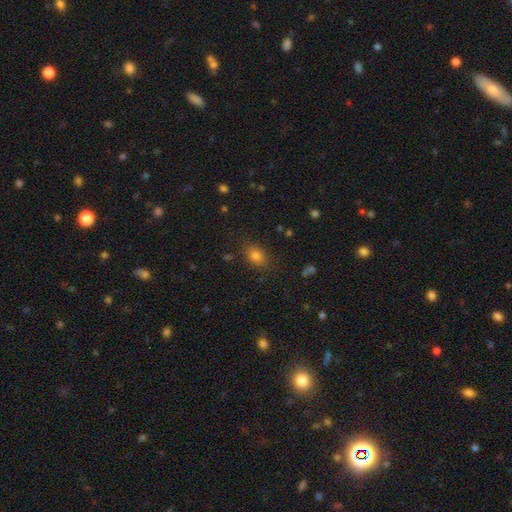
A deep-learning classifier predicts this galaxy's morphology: This appears to be a smooth galaxy with no disk features (77%) that is in between round and cigar-shaped (67%). Merging: none (83%).